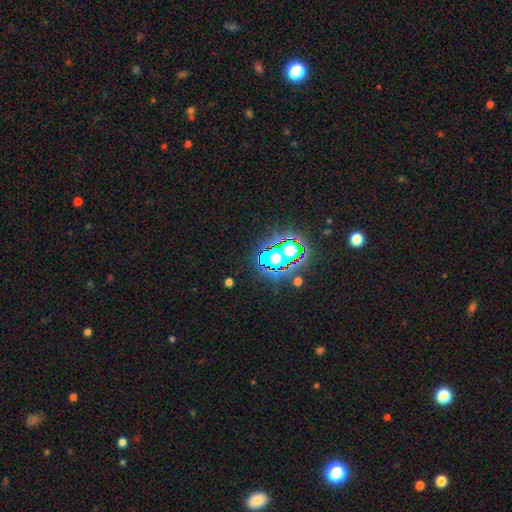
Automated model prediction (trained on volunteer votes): Overall: star or artifact (82%).